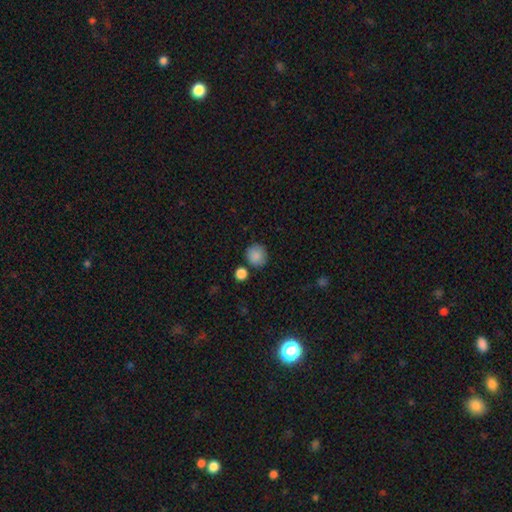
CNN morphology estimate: The model was most divided on "merging": none: 79%, minor disturbance: 10%, merger: 7%, major disturbance: 3%. More confident: how rounded — round (90%); smooth or featured — smooth (88%).